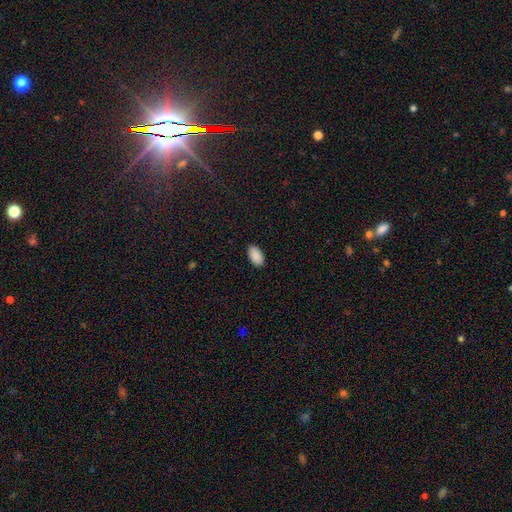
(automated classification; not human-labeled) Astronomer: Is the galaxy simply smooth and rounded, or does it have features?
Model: smooth — 91%.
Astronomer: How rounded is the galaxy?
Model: in between — 95%.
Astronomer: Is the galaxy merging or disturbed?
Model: none — 90%.